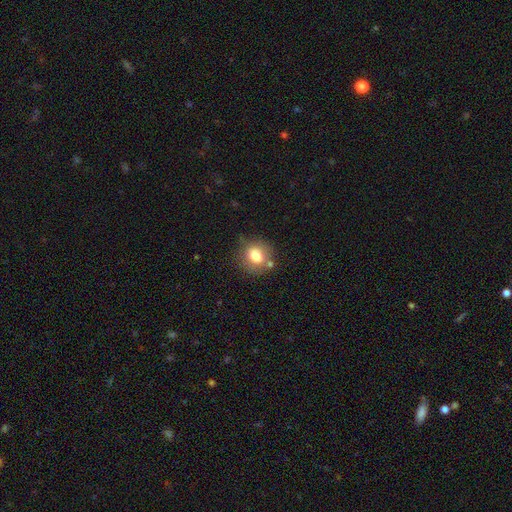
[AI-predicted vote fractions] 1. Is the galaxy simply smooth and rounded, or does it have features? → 77% smooth, 13% featured or disk, 10% star or artifact.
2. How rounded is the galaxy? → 75% round, 24% in between, 1% cigar-shaped.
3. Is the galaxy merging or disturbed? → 69% none, 17% minor disturbance, 9% merger, 5% major disturbance.